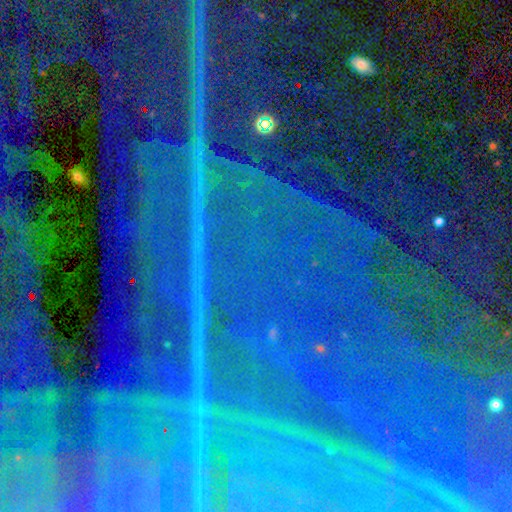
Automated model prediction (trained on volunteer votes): Smooth or featured?
  - star or artifact: 86% *
  - featured or disk: 8%
  - smooth: 6%